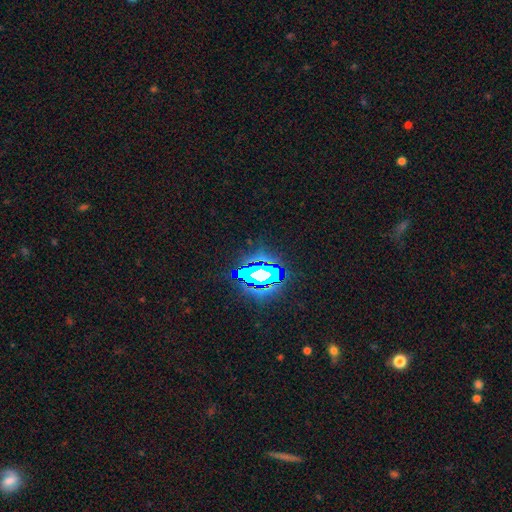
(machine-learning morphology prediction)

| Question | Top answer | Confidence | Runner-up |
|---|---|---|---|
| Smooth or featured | star or artifact | 80% | smooth (13%) |